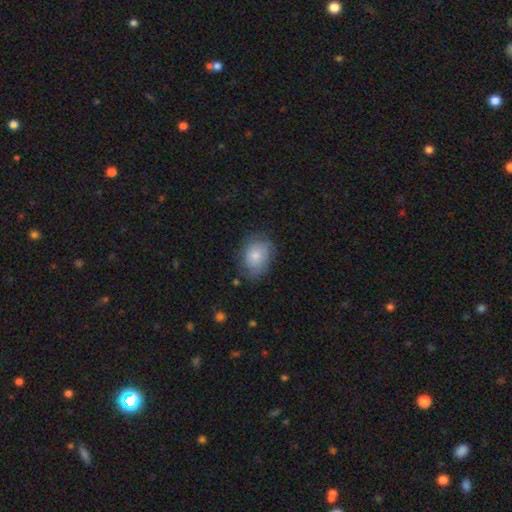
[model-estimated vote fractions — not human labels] This appears to be a smooth galaxy with no disk features (72%) that is in between round and cigar-shaped (57%). Merging: none (68%).